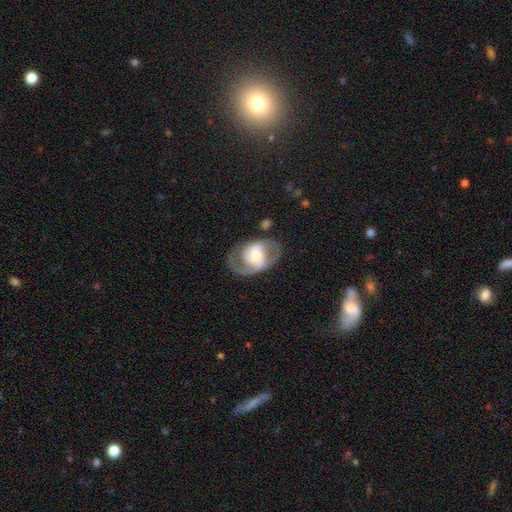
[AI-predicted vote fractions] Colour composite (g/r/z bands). It shows a featured or disk galaxy (77%) with no bar (39%), 2 (79%) medium (50%) spiral arms (80%) and a moderate central bulge (57%). Merging: none (67%).